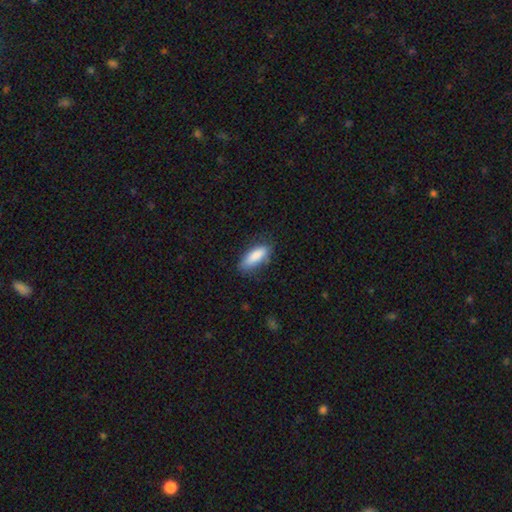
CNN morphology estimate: This is clearly a smooth galaxy (86%). How rounded: likely in between (68%). Merging: likely none (75%).